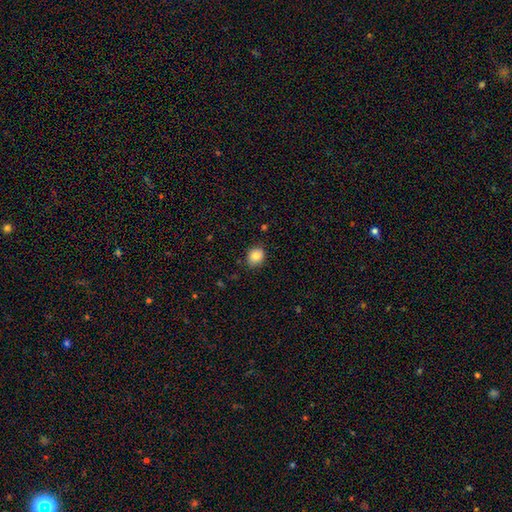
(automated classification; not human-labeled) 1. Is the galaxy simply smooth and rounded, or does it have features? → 84% smooth, 9% star or artifact, 7% featured or disk.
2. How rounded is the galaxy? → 61% round, 39% in between, 1% cigar-shaped.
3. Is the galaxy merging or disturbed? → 85% none, 11% minor disturbance, 2% major disturbance, 1% merger.